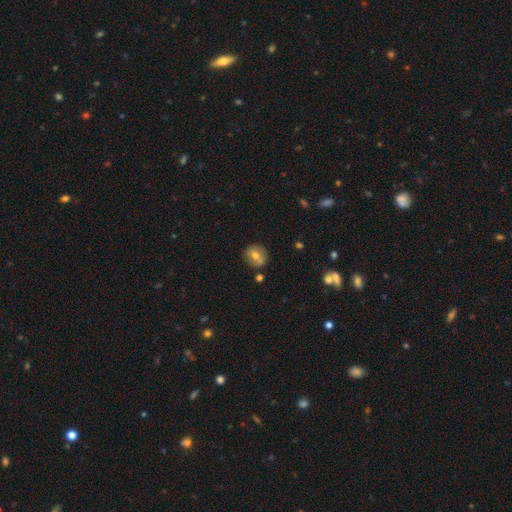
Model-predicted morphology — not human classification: The model was most divided on "smooth or featured": smooth: 57%, featured or disk: 33%, star or artifact: 10%. More confident: how rounded — round (82%); merging — none (76%).